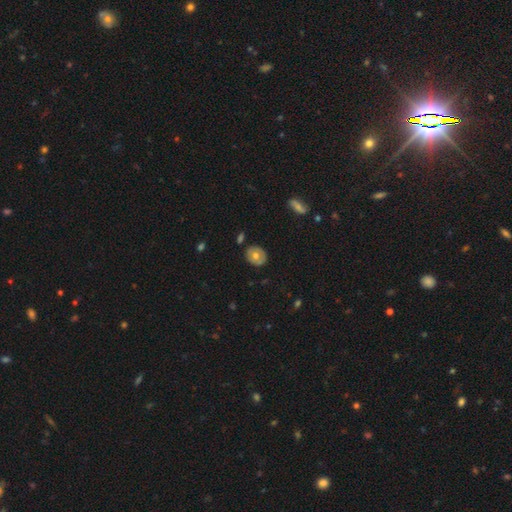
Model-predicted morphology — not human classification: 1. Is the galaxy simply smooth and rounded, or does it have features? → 58% smooth, 34% featured or disk, 8% star or artifact.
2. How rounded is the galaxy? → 64% round, 35% in between, 1% cigar-shaped.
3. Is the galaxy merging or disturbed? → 83% none, 12% minor disturbance, 3% major disturbance, 2% merger.